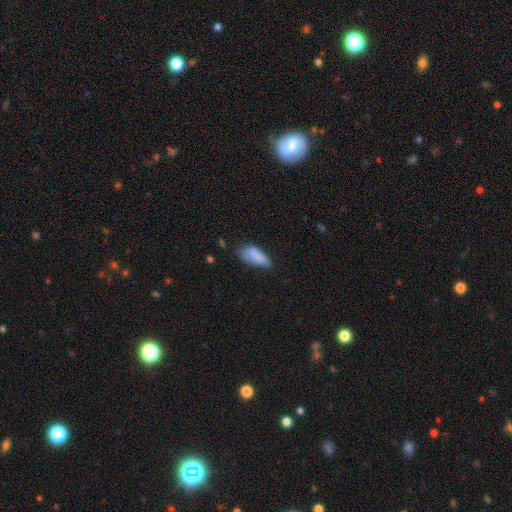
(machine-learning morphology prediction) type=smooth (80%); roundness=in between (76%); merging=none (43%).